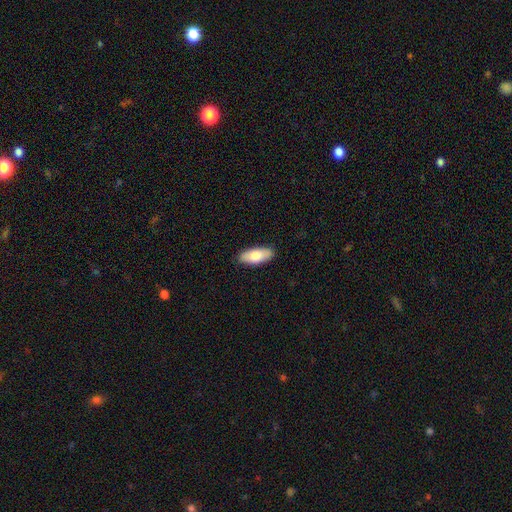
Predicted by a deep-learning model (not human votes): Smooth or featured? smooth (83%)
How rounded? in between (85%)
Merging? none (88%)